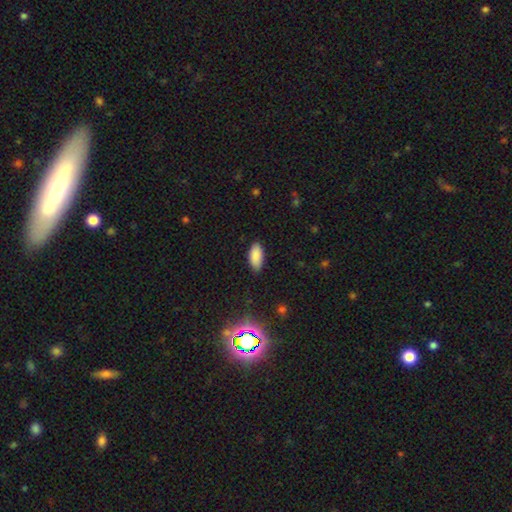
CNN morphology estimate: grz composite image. It shows a smooth galaxy with no disk features (87%) that is in between round and cigar-shaped (90%). Merging: none (84%).